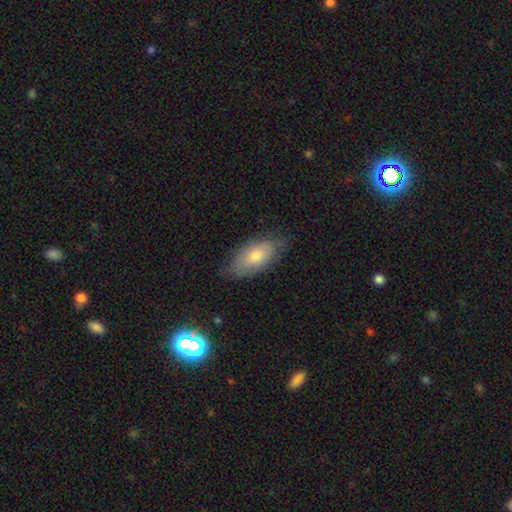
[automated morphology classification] A smooth galaxy with no disk features (69%) that is in between round and cigar-shaped (90%).

Vote fractions:
- Smooth or featured? smooth: 69% / featured or disk: 24% / star or artifact: 7%
- How rounded? in between: 90% / cigar-shaped: 7% / round: 3%
- Merging? none: 72% / minor disturbance: 22% / major disturbance: 5% / merger: 1%